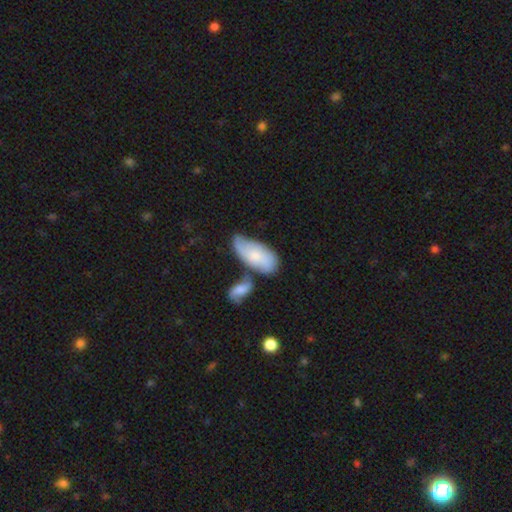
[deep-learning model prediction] A smooth galaxy with no disk features (57%) that is in between round and cigar-shaped (91%). Merging: none (34%).